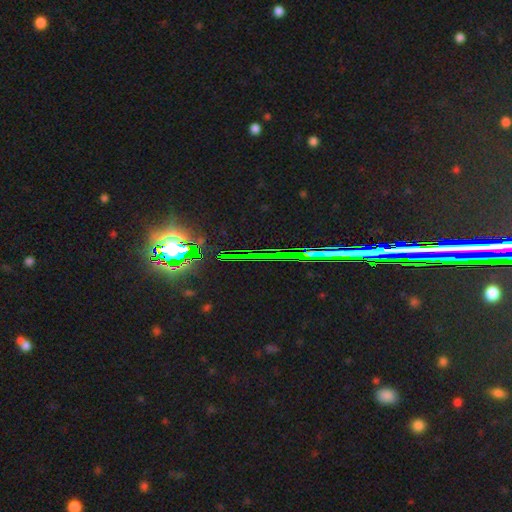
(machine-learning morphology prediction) smooth_or_featured: star or artifact (p=0.84) [alt: featured or disk p=0.09]